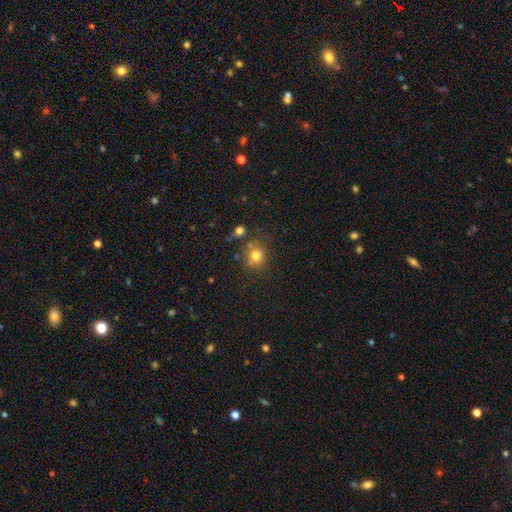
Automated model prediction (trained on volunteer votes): This is likely a smooth galaxy (77%). How rounded: likely round (78%). Merging: likely none (66%).